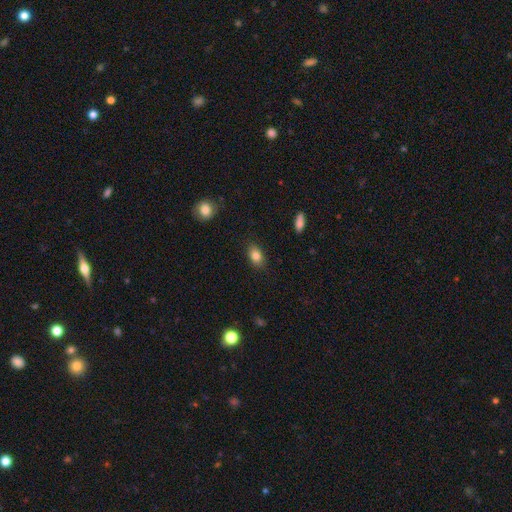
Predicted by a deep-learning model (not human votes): smooth-or-featured: smooth: 83% | star or artifact: 9% | featured or disk: 8%
  how-rounded: in between: 84% | round: 14% | cigar-shaped: 2%
  merging: none: 85% | minor disturbance: 11% | major disturbance: 2% | merger: 1%